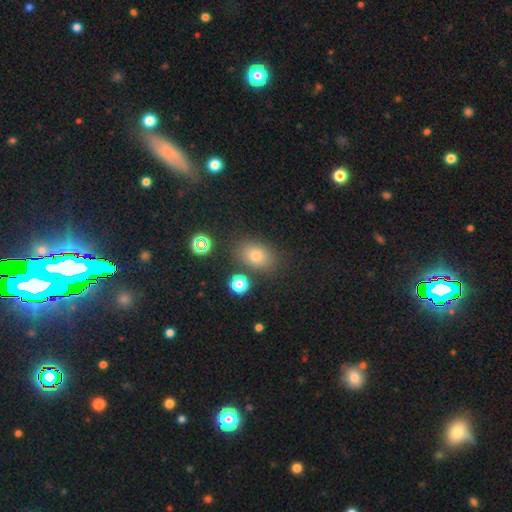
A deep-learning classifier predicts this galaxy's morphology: Smooth or featured? smooth (73%)
How rounded? in between (72%)
Merging? none (79%)